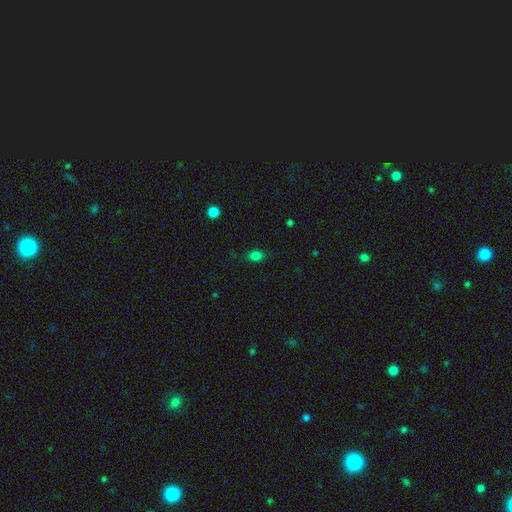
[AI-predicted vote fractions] Overall: smooth (80%). How rounded: in between (70%). Merging: none (80%).